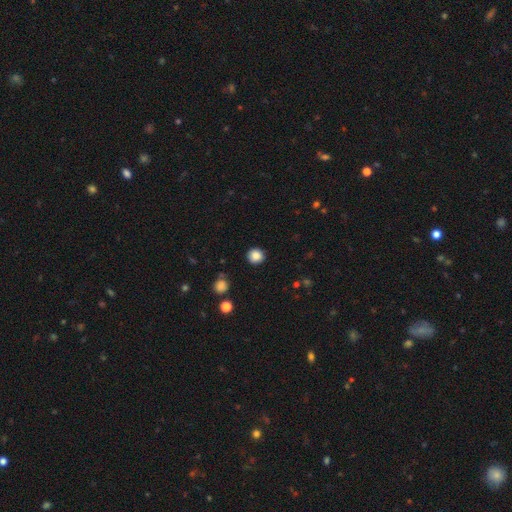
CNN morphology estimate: smooth-or-featured: smooth: 86% | star or artifact: 11% | featured or disk: 4%
  how-rounded: round: 90% | in between: 9% | cigar-shaped: 1%
  merging: none: 90% | minor disturbance: 7% | major disturbance: 2% | merger: 1%